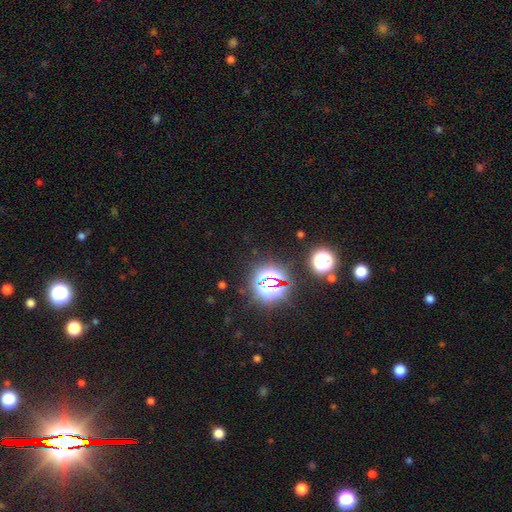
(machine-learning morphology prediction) The model was most divided on "smooth or featured": star or artifact: 79%, smooth: 14%, featured or disk: 6%.